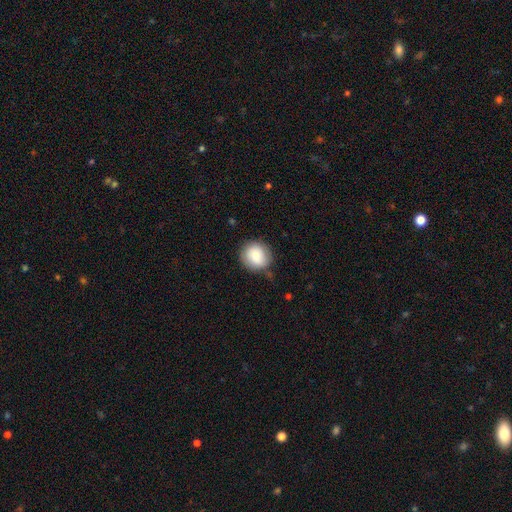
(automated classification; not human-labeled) smooth_or_featured: smooth (p=0.80) [alt: featured or disk p=0.12]
how_rounded: round (p=0.87) [alt: in between p=0.12]
merging: none (p=0.80) [alt: minor disturbance p=0.14]